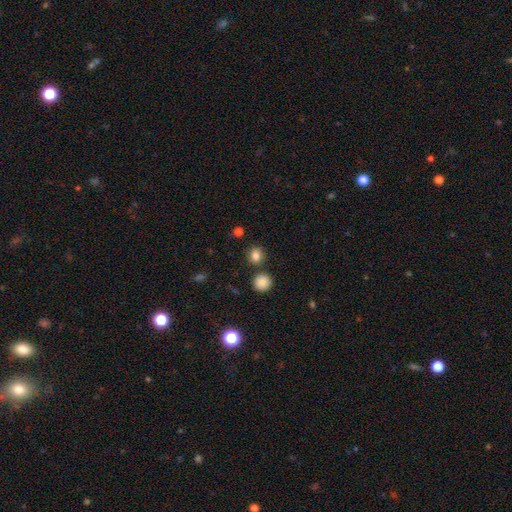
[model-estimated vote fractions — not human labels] Smooth or featured: smooth — 82% (star or artifact — 13%)
How rounded: round — 74% (in between — 25%)
Merging: none — 79% (minor disturbance — 10%)